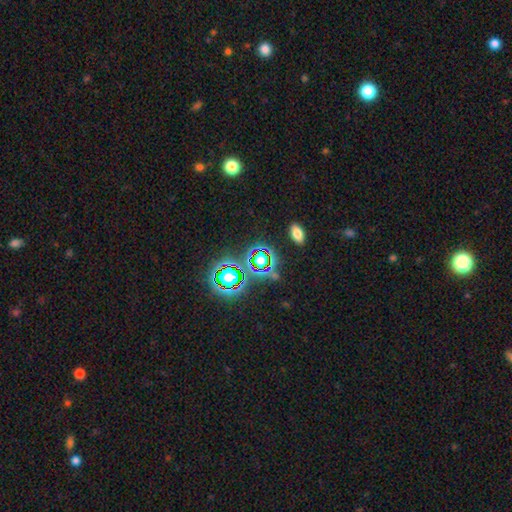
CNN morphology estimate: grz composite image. It shows a star or artifact, not a galaxy (71%).